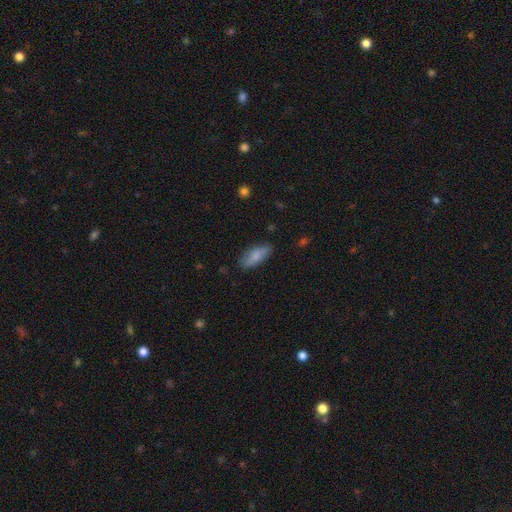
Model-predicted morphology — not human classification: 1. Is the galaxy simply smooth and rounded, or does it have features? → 81% smooth, 13% featured or disk, 6% star or artifact.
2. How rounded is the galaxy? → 72% in between, 26% cigar-shaped, 2% round.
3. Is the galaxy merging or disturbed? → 79% none, 16% minor disturbance, 3% major disturbance, 1% merger.